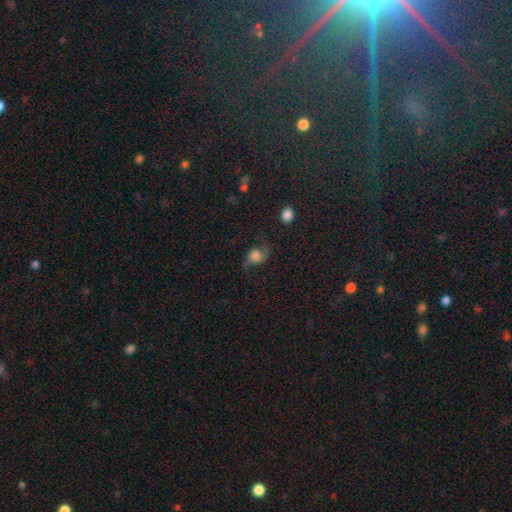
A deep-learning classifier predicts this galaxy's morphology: smooth_or_featured: featured or disk (p=0.62) [alt: smooth p=0.27]
disk_edge_on: no (p=0.96) [alt: yes p=0.04]
bar: no (p=0.70) [alt: weak p=0.25]
has_spiral_arms: yes (p=0.93) [alt: no p=0.07]
spiral_winding: loose (p=0.81) [alt: medium p=0.15]
spiral_arm_count: 2 (p=0.92) [alt: 1 p=0.04]
bulge_size: large (p=0.38) [alt: dominant p=0.20]
merging: none (p=0.64) [alt: minor disturbance p=0.18]